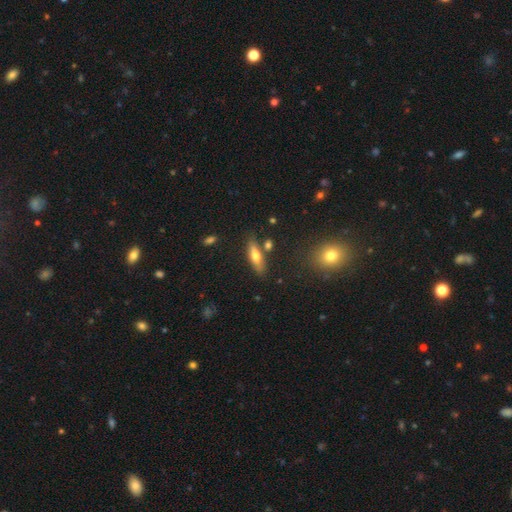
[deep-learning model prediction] smooth-or-featured: smooth: 63% | featured or disk: 29% | star or artifact: 8%
  how-rounded: cigar-shaped: 49% | in between: 48% | round: 3%
  merging: none: 74% | minor disturbance: 14% | merger: 9% | major disturbance: 3%